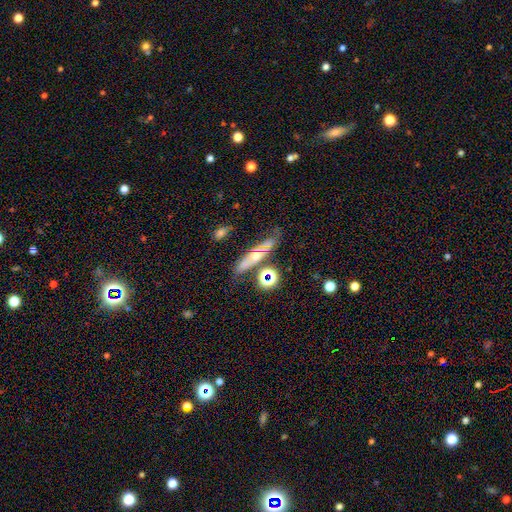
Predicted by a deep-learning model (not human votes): Smooth or featured?
  - featured or disk: 50% *
  - smooth: 33%
  - star or artifact: 17%
Merging?
  - none: 68% *
  - minor disturbance: 17%
  - merger: 8%
  - major disturbance: 7%